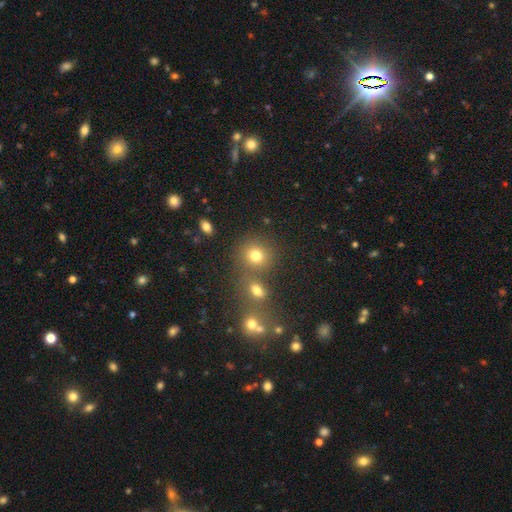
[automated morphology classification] Smooth or featured? smooth (75%)
How rounded? round (81%)
Merging? none (67%)